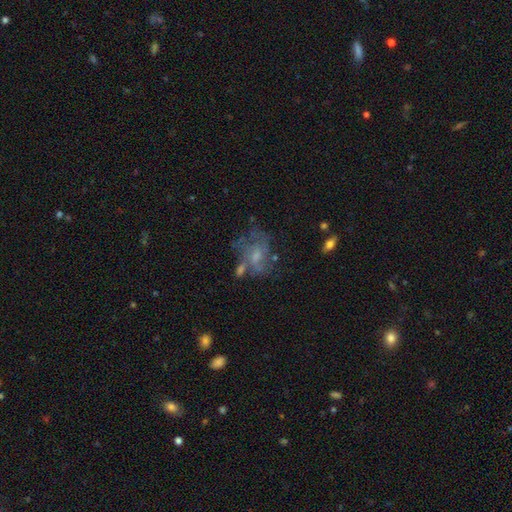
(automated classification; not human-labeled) This is likely a featured or disk galaxy (62%). It is clearly not viewed edge-on (97%). Bar: likely no (65%). Spiral arm pattern: possibly yes (54%). Central bulge: marginally small (43%). Merging: marginally none (41%).